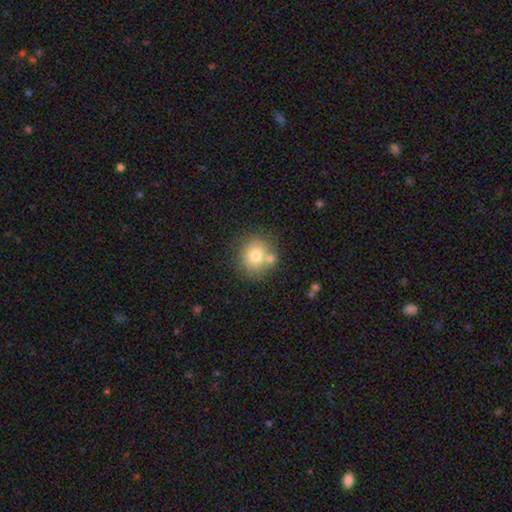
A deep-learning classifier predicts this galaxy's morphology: Smooth or featured: smooth — 75% (featured or disk — 15%)
How rounded: round — 82% (in between — 17%)
Merging: none — 63% (merger — 20%)